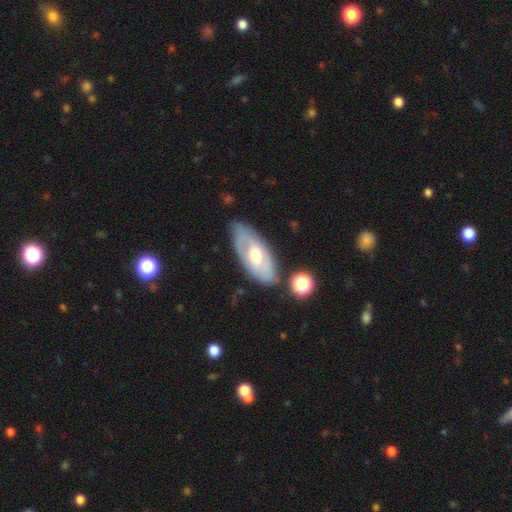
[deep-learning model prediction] Smooth or featured: featured or disk — 63% (smooth — 31%)
Edge-on disk: no — 84% (yes — 16%)
Bar: no — 54% (weak — 34%)
Spiral arms: yes — 51% (no — 49%)
Bulge size: moderate — 72% (small — 18%)
Merging: none — 74% (minor disturbance — 18%)